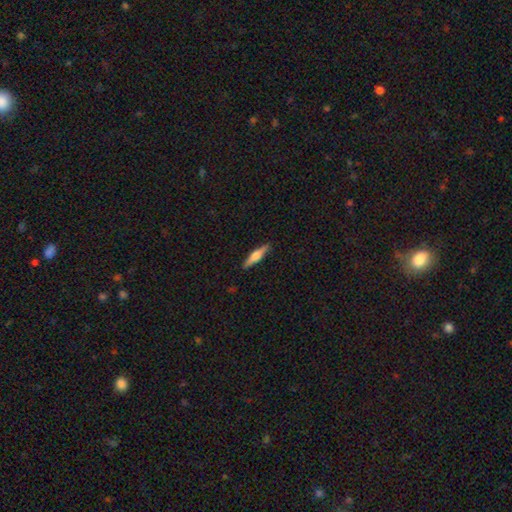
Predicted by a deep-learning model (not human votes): Smooth or featured? Predicted: featured or disk (p=0.51). Edge-on disk? Predicted: yes (p=0.96). Merging? Predicted: none (p=0.90).